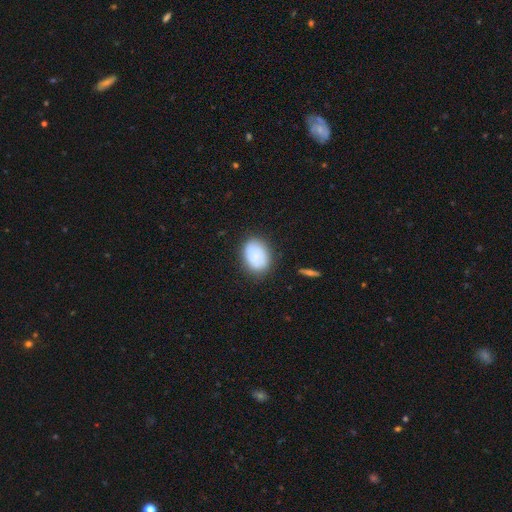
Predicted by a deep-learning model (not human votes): Morphology: type=smooth (82%); roundness=in between (76%); merging=none (80%).